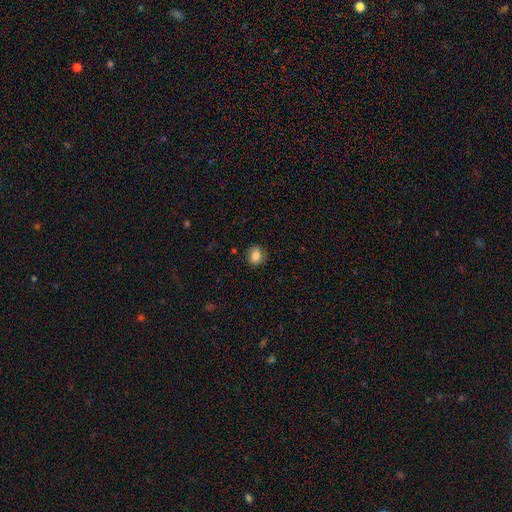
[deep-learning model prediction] This is clearly a smooth galaxy (82%). How rounded: possibly round (59%). Merging: clearly none (82%).